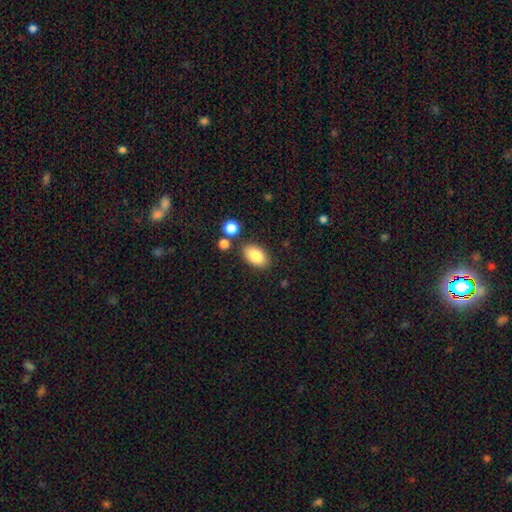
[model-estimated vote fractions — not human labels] Smooth or featured? smooth (84%)
How rounded? in between (92%)
Merging? none (81%)